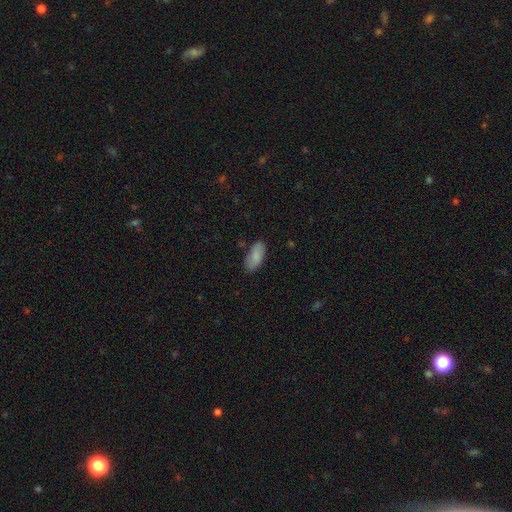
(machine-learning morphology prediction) This appears to be a smooth galaxy with no disk features (85%) that is in between round and cigar-shaped (88%). Merging: none (81%).